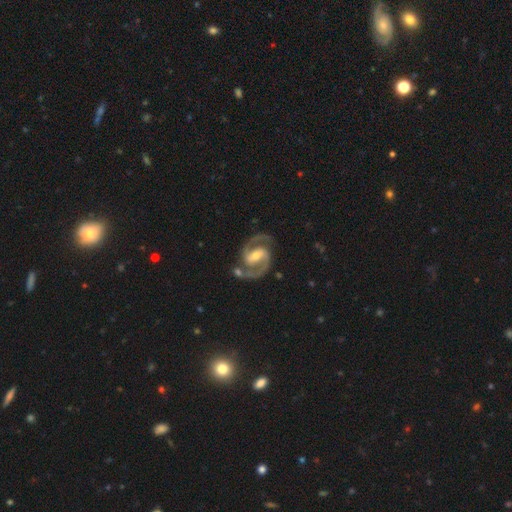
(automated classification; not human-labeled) Smooth or featured? featured or disk (93%)
Edge-on disk? no (98%)
Bar? strong (51%)
Spiral arms? yes (98%)
Spiral winding? medium (64%)
Spiral arm count? 2 (94%)
Bulge size? moderate (51%)
Merging? none (78%)